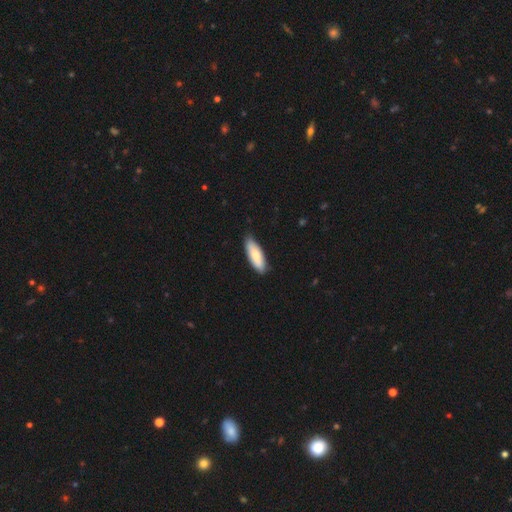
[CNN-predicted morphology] Smooth or featured? smooth (80%)
How rounded? in between (63%)
Merging? none (85%)